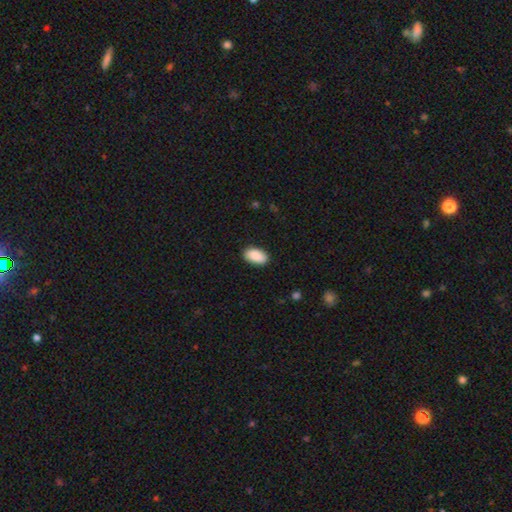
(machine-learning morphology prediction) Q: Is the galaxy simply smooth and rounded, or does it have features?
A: smooth — 90%.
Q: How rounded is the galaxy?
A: in between — 95%.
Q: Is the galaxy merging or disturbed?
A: none — 89%.